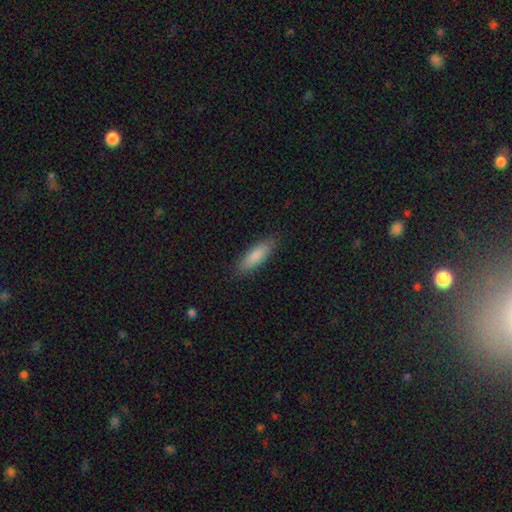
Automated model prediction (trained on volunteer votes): Q: Smooth or featured?
A: smooth (86%); runner-up: featured or disk (9%)
Q: How rounded?
A: in between (50%); runner-up: cigar-shaped (48%)
Q: Merging?
A: none (87%); runner-up: minor disturbance (10%)